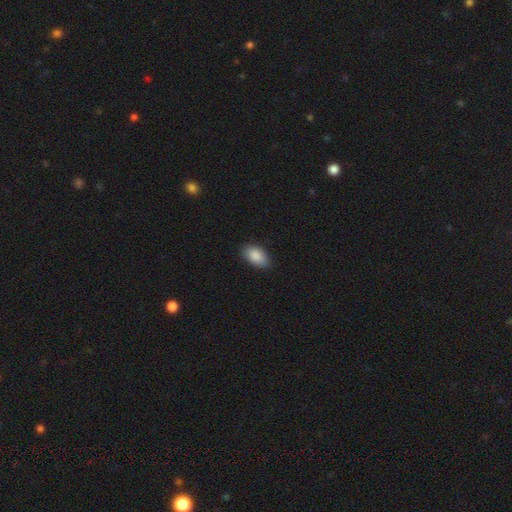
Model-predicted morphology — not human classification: Smooth or featured?
  - smooth: 88% *
  - star or artifact: 7%
  - featured or disk: 5%
How rounded?
  - in between: 93% *
  - round: 5%
  - cigar-shaped: 2%
Merging?
  - none: 86% *
  - minor disturbance: 11%
  - major disturbance: 2%
  - merger: 1%